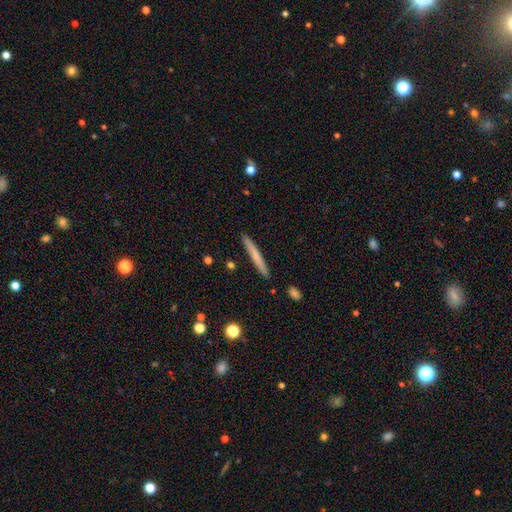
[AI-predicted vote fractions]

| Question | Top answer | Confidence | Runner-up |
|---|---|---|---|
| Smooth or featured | smooth | 64% | featured or disk (30%) |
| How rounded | cigar-shaped | 96% | in between (2%) |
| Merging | none | 91% | minor disturbance (7%) |